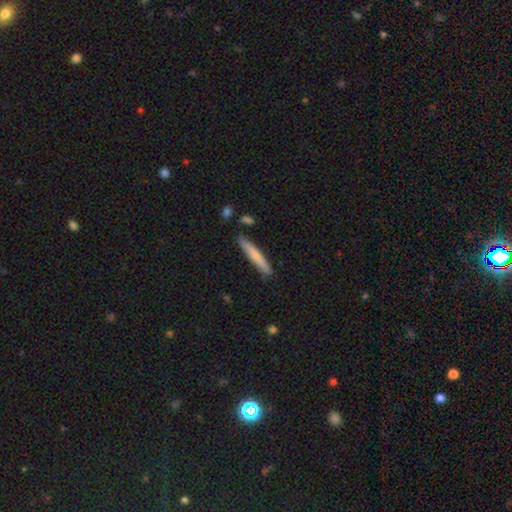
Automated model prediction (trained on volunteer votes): Q: Smooth or featured?
A: smooth (71%); runner-up: featured or disk (23%)
Q: How rounded?
A: cigar-shaped (94%); runner-up: in between (4%)
Q: Merging?
A: none (85%); runner-up: minor disturbance (10%)